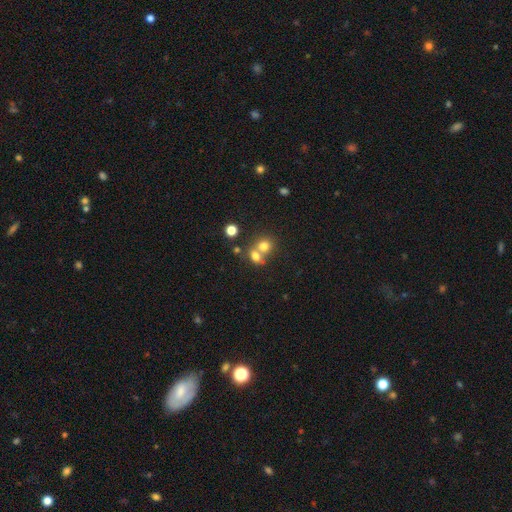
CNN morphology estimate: Smooth or featured?
  - smooth: 72% *
  - featured or disk: 15%
  - star or artifact: 14%
How rounded?
  - round: 59% *
  - in between: 39%
  - cigar-shaped: 1%
Merging?
  - merger: 59% *
  - none: 31%
  - minor disturbance: 6%
  - major disturbance: 4%